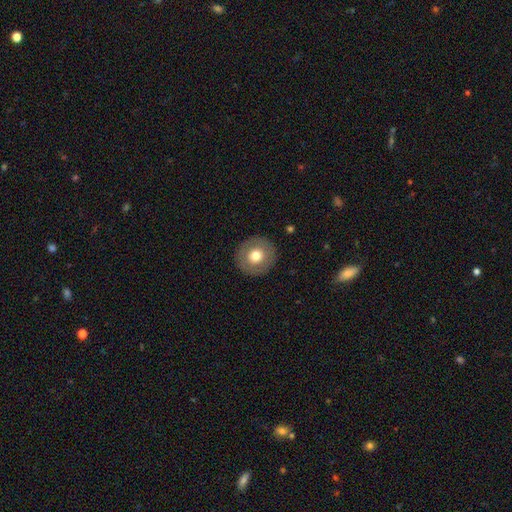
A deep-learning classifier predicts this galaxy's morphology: Q: Smooth or featured?
A: smooth (66%); runner-up: featured or disk (27%)
Q: How rounded?
A: round (93%); runner-up: in between (6%)
Q: Merging?
A: none (90%); runner-up: minor disturbance (6%)